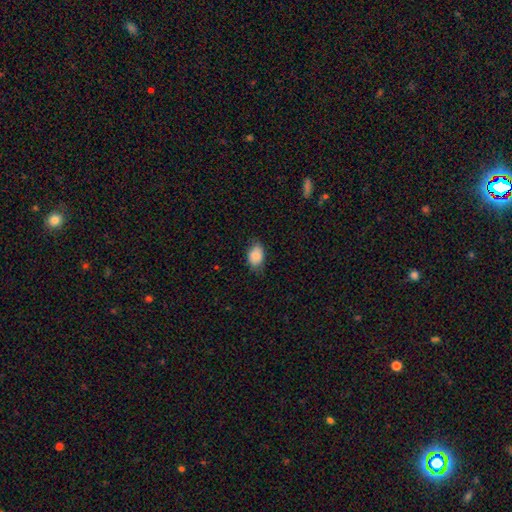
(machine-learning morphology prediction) smooth_or_featured: smooth (p=0.87) [alt: star or artifact p=0.07]
how_rounded: in between (p=0.82) [alt: round p=0.17]
merging: none (p=0.69) [alt: minor disturbance p=0.25]